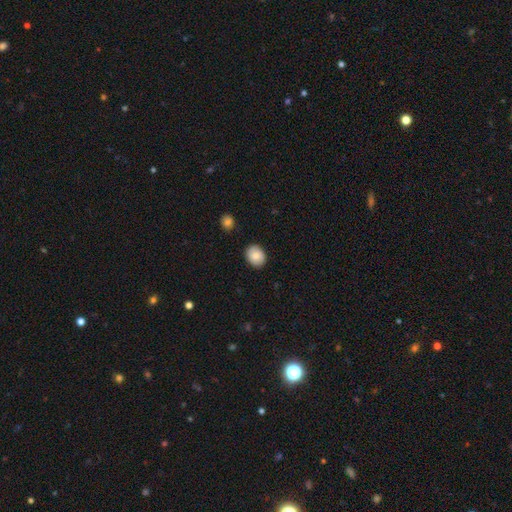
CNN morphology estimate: Smooth or featured: smooth — 85% (featured or disk — 8%)
How rounded: round — 52% (in between — 47%)
Merging: none — 86% (minor disturbance — 11%)